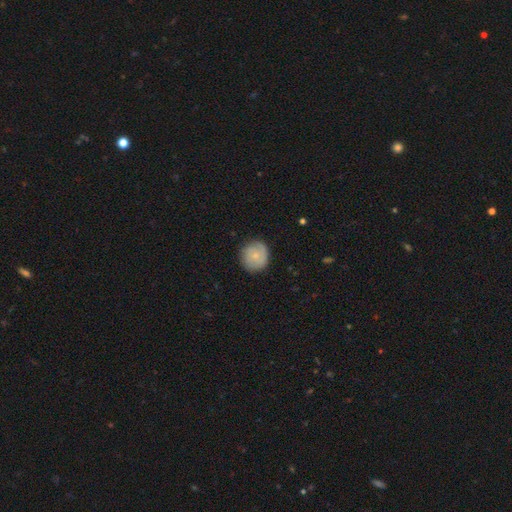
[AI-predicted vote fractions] This appears to be a smooth galaxy with no disk features (65%) that is round (89%). Merging: none (82%).